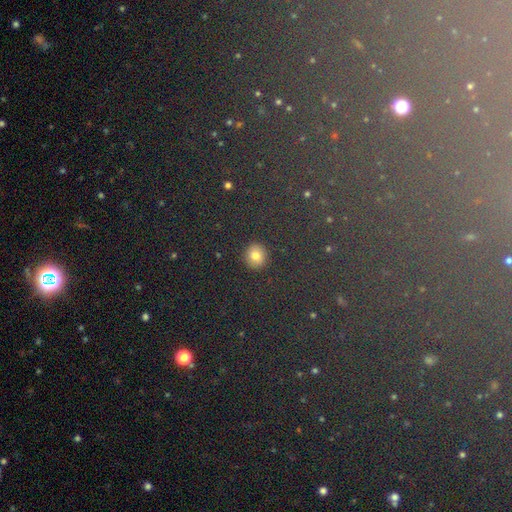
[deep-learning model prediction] Overall: smooth (78%). How rounded: round (81%). Merging: none (90%).